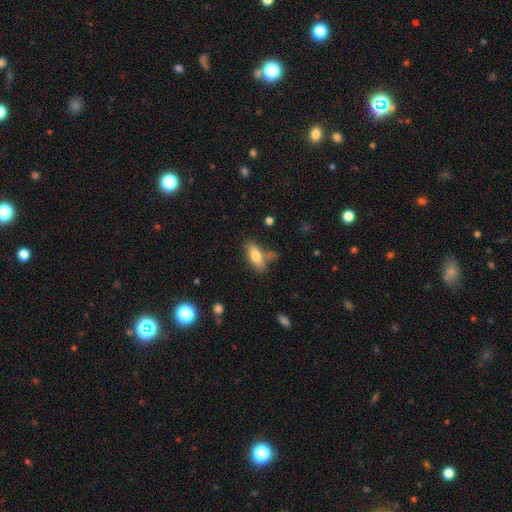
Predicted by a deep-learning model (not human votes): smooth_or_featured: smooth (p=0.74) [alt: featured or disk p=0.19]
how_rounded: in between (p=0.76) [alt: cigar-shaped p=0.21]
merging: none (p=0.61) [alt: minor disturbance p=0.21]